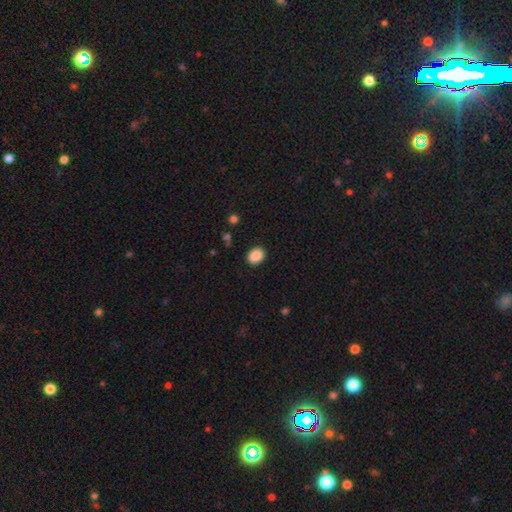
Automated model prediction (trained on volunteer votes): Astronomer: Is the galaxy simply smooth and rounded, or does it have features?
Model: smooth — 89%.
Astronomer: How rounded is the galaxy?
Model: in between — 57% (runner-up: round, 43%).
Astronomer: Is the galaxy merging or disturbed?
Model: none — 88%.